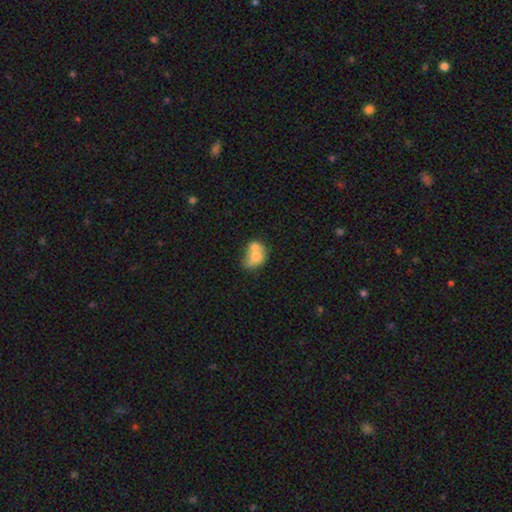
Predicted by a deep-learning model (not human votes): This is likely a smooth galaxy (65%). How rounded: possibly in between (55%). Merging: likely merger (67%).